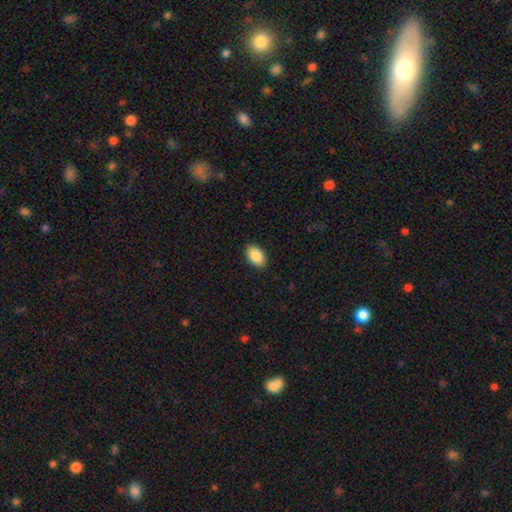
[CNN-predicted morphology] smooth-or-featured: smooth: 89% | star or artifact: 7% | featured or disk: 4%
  how-rounded: in between: 91% | round: 8% | cigar-shaped: 1%
  merging: none: 89% | minor disturbance: 8% | major disturbance: 2% | merger: 1%